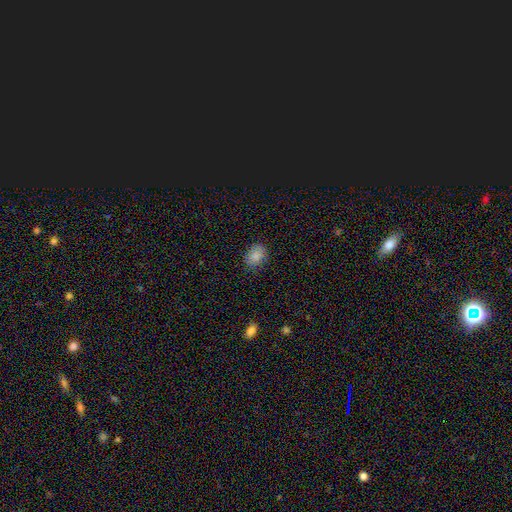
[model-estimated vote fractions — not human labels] A smooth galaxy with no disk features (86%) that is in between round and cigar-shaped (68%).

Vote fractions:
- Smooth or featured? smooth: 86% / star or artifact: 9% / featured or disk: 5%
- How rounded? in between: 68% / round: 31% / cigar-shaped: 1%
- Merging? none: 84% / minor disturbance: 12% / major disturbance: 3% / merger: 1%